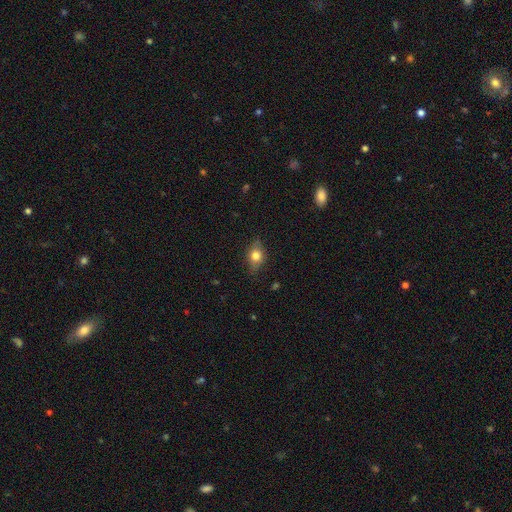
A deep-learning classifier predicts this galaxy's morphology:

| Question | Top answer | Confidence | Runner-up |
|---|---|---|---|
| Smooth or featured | smooth | 72% | featured or disk (18%) |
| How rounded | in between | 67% | round (29%) |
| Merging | none | 77% | minor disturbance (19%) |